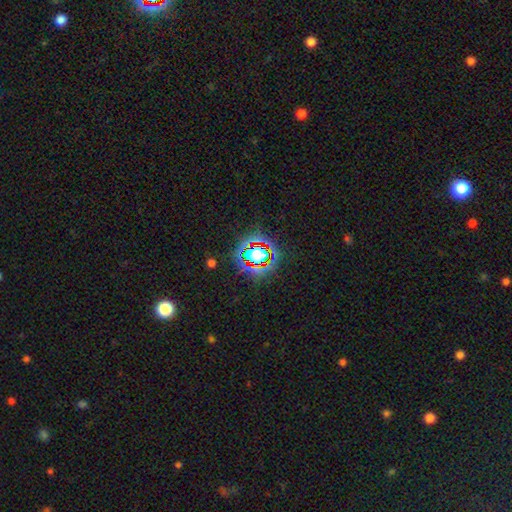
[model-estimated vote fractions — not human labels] A star or artifact, not a galaxy (66%).